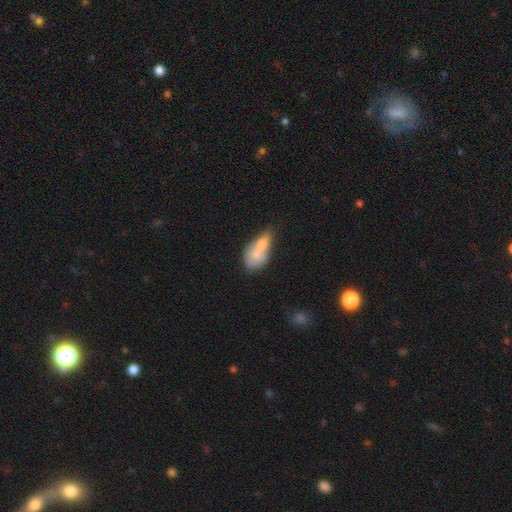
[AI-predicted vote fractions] This appears to be a smooth galaxy with no disk features (66%) that is in between round and cigar-shaped (76%). Merging: merger (63%).